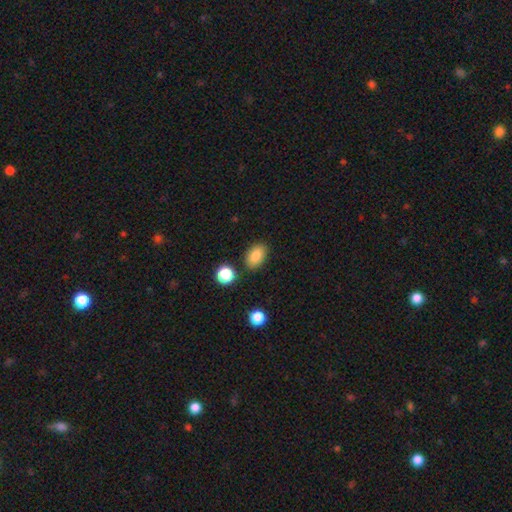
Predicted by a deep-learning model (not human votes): The model was most divided on "how rounded": in between: 85%, round: 14%, cigar-shaped: 1%. More confident: smooth or featured — smooth (85%); merging — none (83%).